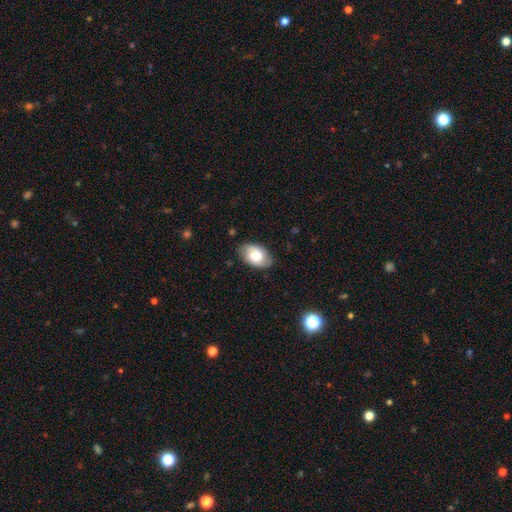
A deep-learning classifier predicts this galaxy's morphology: This is possibly a smooth galaxy (60%). How rounded: clearly in between (91%). Merging: clearly none (81%).